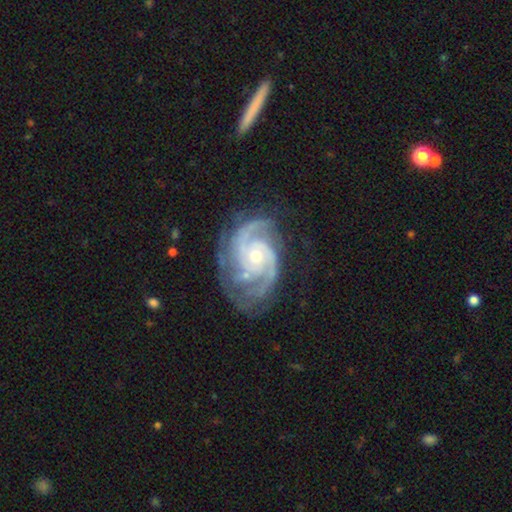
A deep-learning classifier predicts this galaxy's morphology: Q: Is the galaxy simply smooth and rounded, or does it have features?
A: featured or disk — 93%.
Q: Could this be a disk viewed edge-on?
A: no — 98%.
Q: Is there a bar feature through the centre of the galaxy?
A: no — 70%.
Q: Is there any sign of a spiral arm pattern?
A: yes — 99%.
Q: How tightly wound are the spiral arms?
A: tight — 60%.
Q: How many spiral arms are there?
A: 3 — 38%.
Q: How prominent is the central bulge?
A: small — 52%.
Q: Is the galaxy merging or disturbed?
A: none — 70%.